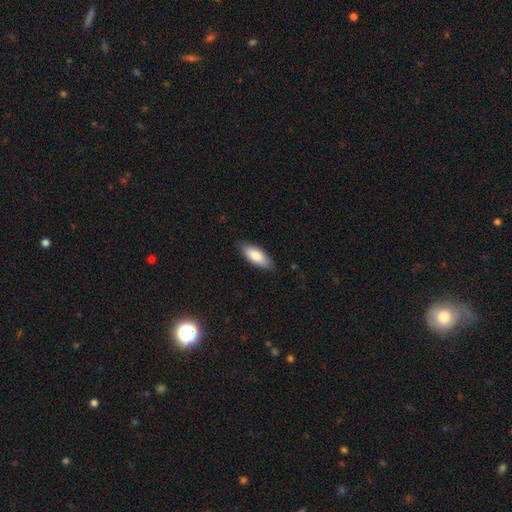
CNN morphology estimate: A smooth galaxy with no disk features (82%) that is in between round and cigar-shaped (73%).

Vote fractions:
- Smooth or featured? smooth: 82% / featured or disk: 13% / star or artifact: 5%
- How rounded? in between: 73% / cigar-shaped: 25% / round: 2%
- Merging? none: 83% / minor disturbance: 14% / major disturbance: 2% / merger: 1%